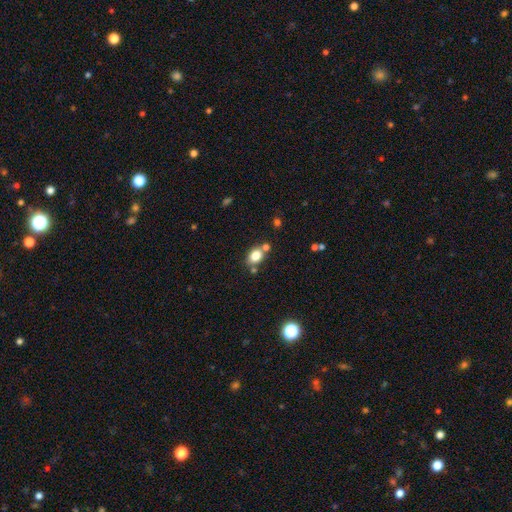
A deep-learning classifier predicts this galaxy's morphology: Smooth or featured: smooth — 80% (star or artifact — 11%)
How rounded: in between — 65% (round — 34%)
Merging: none — 66% (merger — 17%)